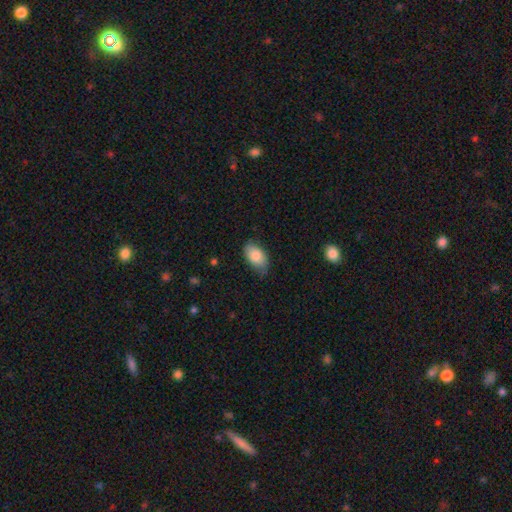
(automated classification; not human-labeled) Q: Smooth or featured?
A: smooth (83%); runner-up: featured or disk (10%)
Q: How rounded?
A: in between (93%); runner-up: round (5%)
Q: Merging?
A: none (70%); runner-up: minor disturbance (25%)